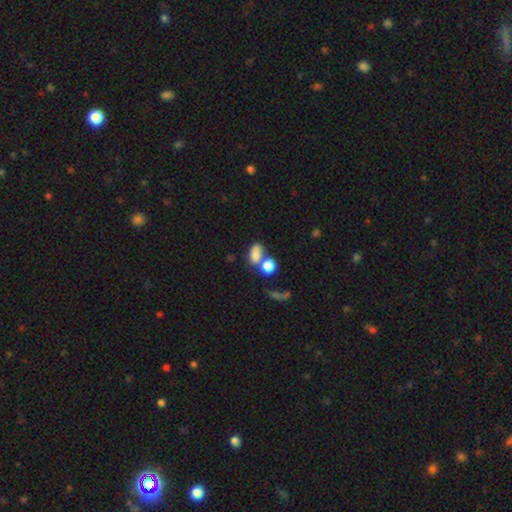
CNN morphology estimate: smooth_or_featured: smooth (p=0.78) [alt: featured or disk p=0.11]
how_rounded: in between (p=0.75) [alt: round p=0.22]
merging: merger (p=0.52) [alt: none p=0.31]